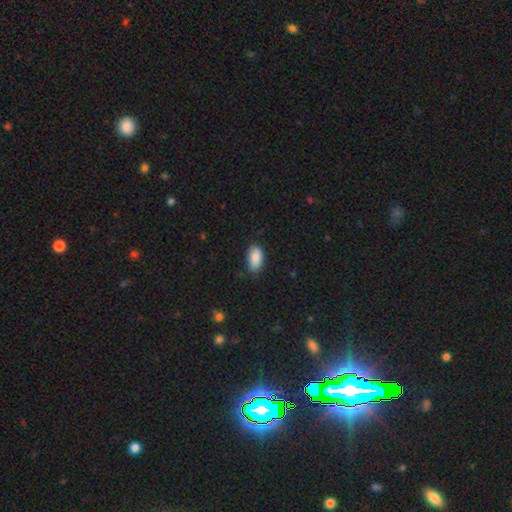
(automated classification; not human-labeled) Q: Smooth or featured?
A: smooth (88%); runner-up: star or artifact (7%)
Q: How rounded?
A: in between (94%); runner-up: round (4%)
Q: Merging?
A: none (79%); runner-up: minor disturbance (17%)